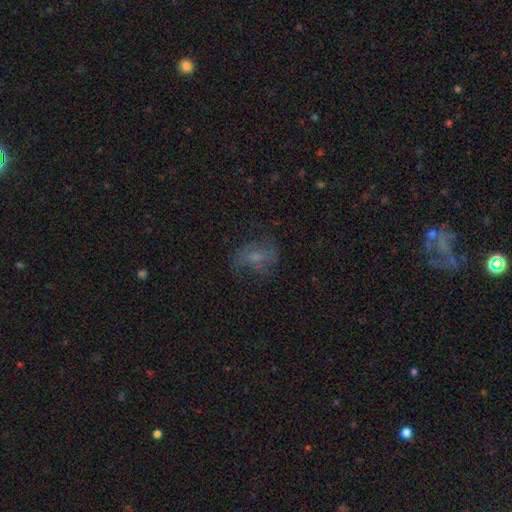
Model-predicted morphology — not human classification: Q: Smooth or featured?
A: featured or disk (44%); runner-up: smooth (39%)
Q: Merging?
A: none (56%); runner-up: minor disturbance (23%)